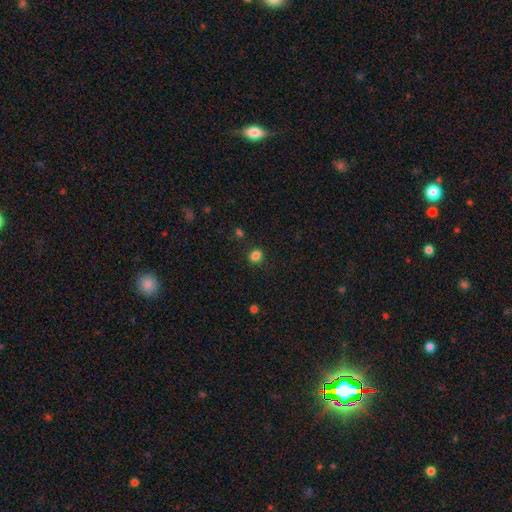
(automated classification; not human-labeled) A smooth galaxy with no disk features (83%) that is round (76%).

Vote fractions:
- Smooth or featured? smooth: 83% / star or artifact: 13% / featured or disk: 4%
- How rounded? round: 76% / in between: 23% / cigar-shaped: 1%
- Merging? none: 88% / minor disturbance: 8% / major disturbance: 3% / merger: 2%